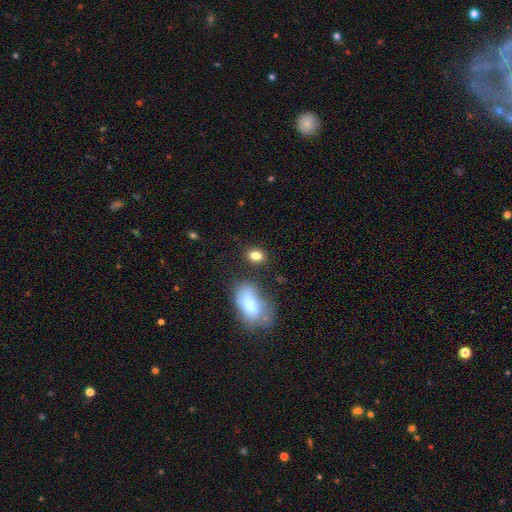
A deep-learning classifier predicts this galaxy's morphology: Overall: smooth (84%). How rounded: in between (72%). Merging: none (74%).